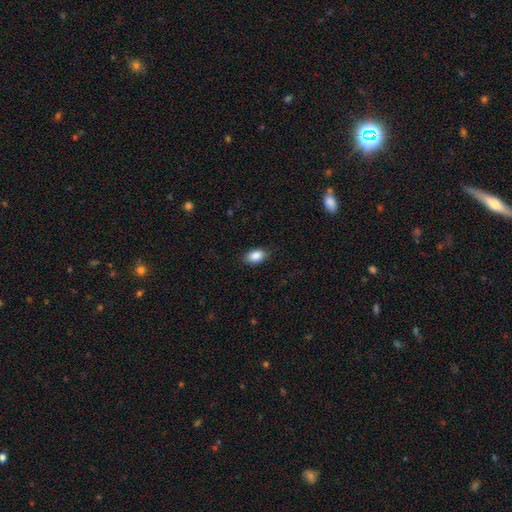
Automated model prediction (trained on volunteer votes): Overall: smooth (88%). How rounded: in between (89%). Merging: none (85%).